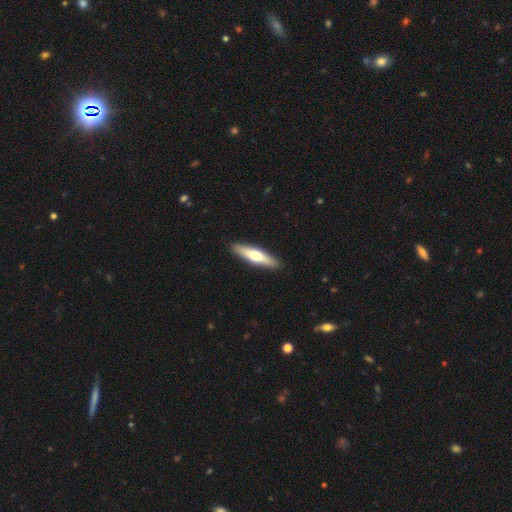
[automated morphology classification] Smooth or featured? smooth (53%)
How rounded? cigar-shaped (77%)
Merging? none (91%)